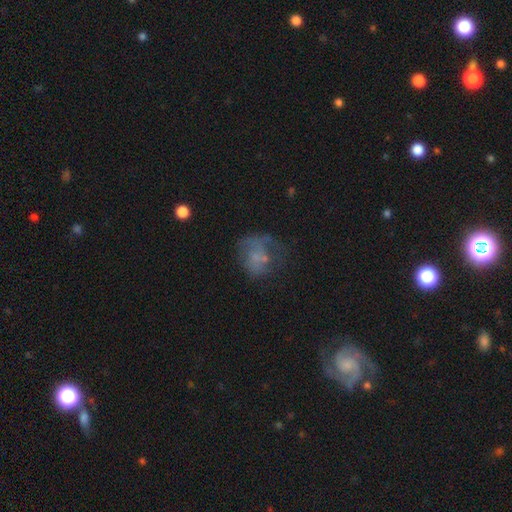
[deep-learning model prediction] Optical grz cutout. It shows a featured or disk galaxy (41%). Merging: none (38%).